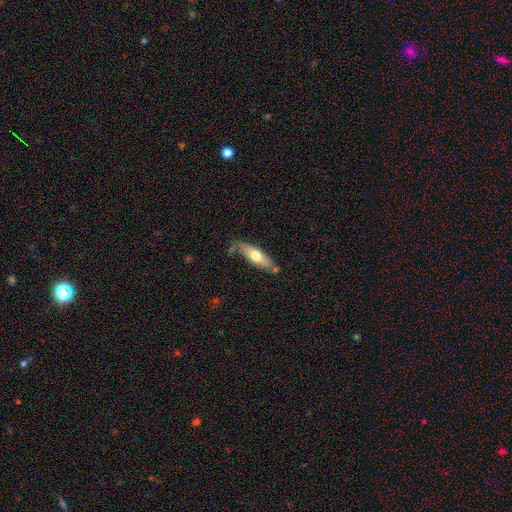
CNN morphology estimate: Overall: smooth (60%; featured or disk 35%). How rounded: cigar-shaped (52%; in between 46%). Merging: none (69%).